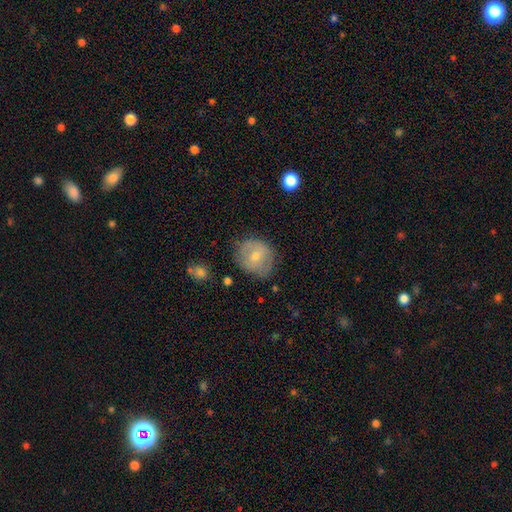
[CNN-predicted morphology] Smooth or featured? smooth (62%)
How rounded? round (79%)
Merging? none (67%)